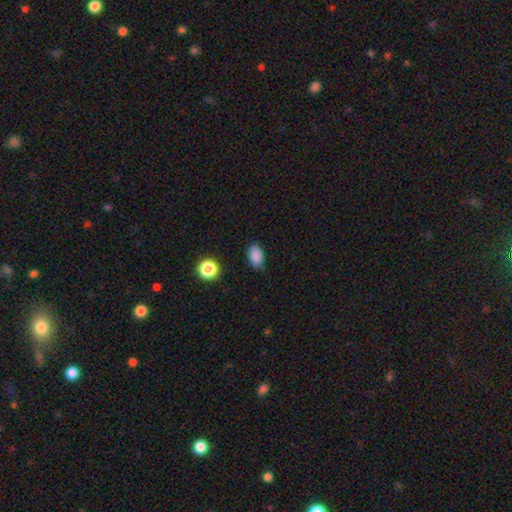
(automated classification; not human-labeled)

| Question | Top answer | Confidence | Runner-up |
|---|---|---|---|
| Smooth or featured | smooth | 86% | star or artifact (10%) |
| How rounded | in between | 89% | round (9%) |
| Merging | none | 82% | minor disturbance (14%) |